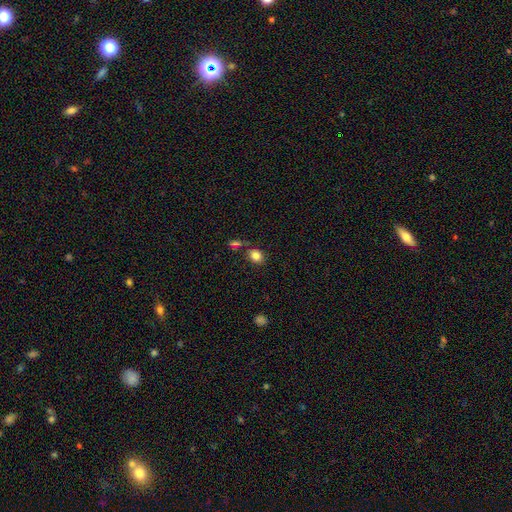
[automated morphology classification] smooth_or_featured: smooth (p=0.83) [alt: star or artifact p=0.10]
how_rounded: in between (p=0.51) [alt: round p=0.48]
merging: none (p=0.75) [alt: minor disturbance p=0.12]